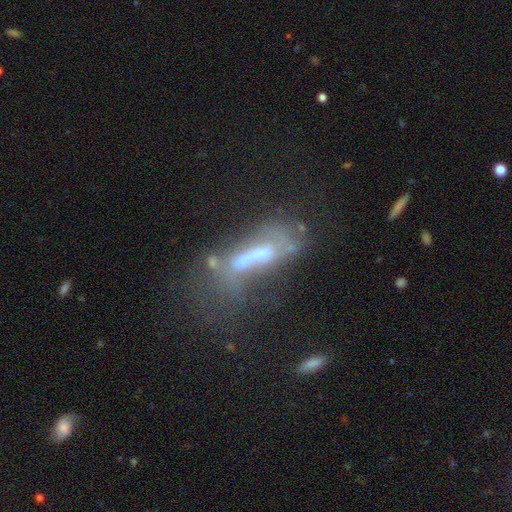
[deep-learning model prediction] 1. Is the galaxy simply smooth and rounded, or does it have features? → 56% featured or disk, 29% smooth, 15% star or artifact.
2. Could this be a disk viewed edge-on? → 84% no, 16% yes.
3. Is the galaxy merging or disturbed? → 35% major disturbance, 28% merger, 23% none, 15% minor disturbance.